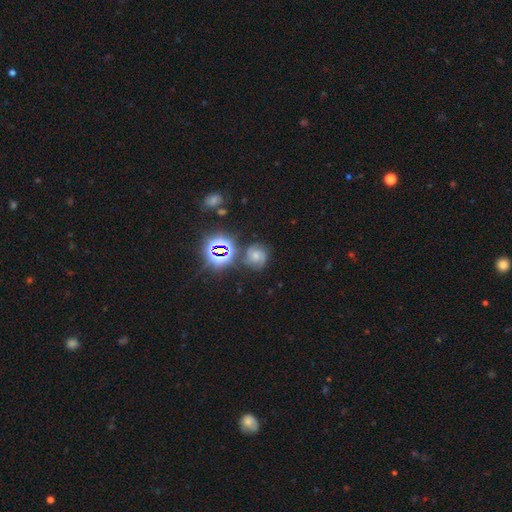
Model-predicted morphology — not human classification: This is possibly a featured or disk galaxy (57%). It is clearly not viewed edge-on (97%). Bar: likely no (62%). Spiral arm pattern: clearly yes (92%). Spiral arm count: likely 2 (62%). Spiral winding: possibly tight (46%). Central bulge: possibly moderate (48%). Merging: likely none (70%).